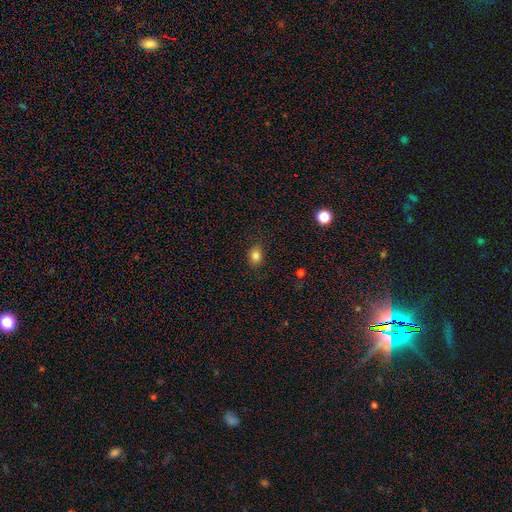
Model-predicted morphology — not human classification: type=smooth (84%); roundness=in between (61%); merging=none (85%).